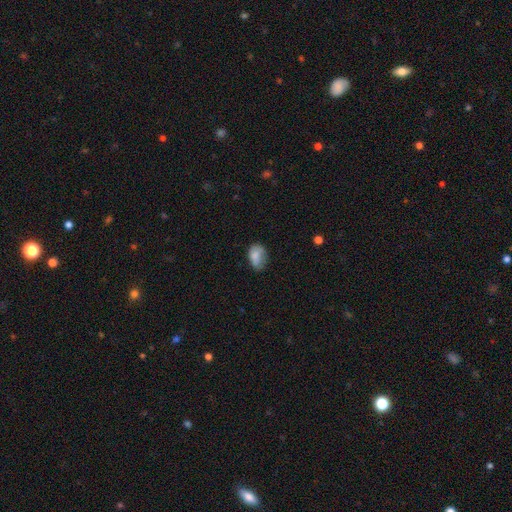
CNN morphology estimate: Smooth or featured? Predicted: smooth (p=0.80). How rounded? Predicted: in between (p=0.82). Merging? Predicted: none (p=0.48).